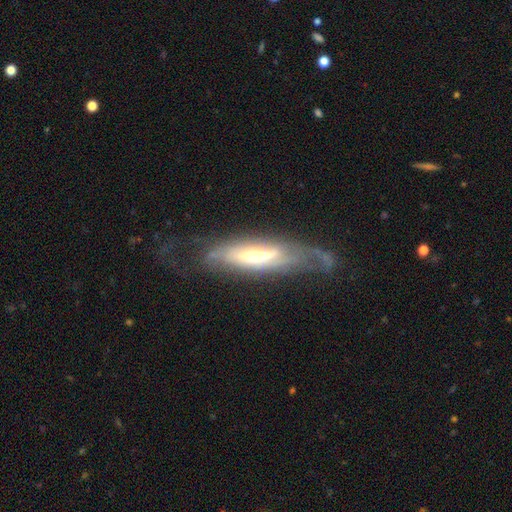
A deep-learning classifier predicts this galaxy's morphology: Smooth or featured?
  - featured or disk: 68% *
  - smooth: 25%
  - star or artifact: 7%
Edge-on disk?
  - yes: 51% *
  - no: 49%
Merging?
  - none: 44% *
  - minor disturbance: 27%
  - major disturbance: 26%
  - merger: 3%